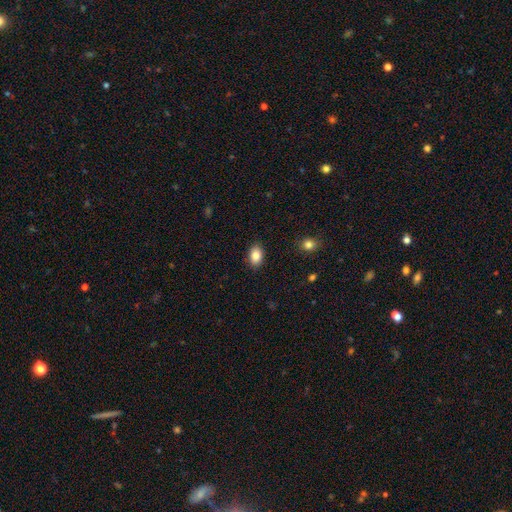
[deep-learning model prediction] smooth 86%, star or artifact 8%, featured or disk 6%. Down the decision tree: how rounded — in between (85%); merging — none (89%).